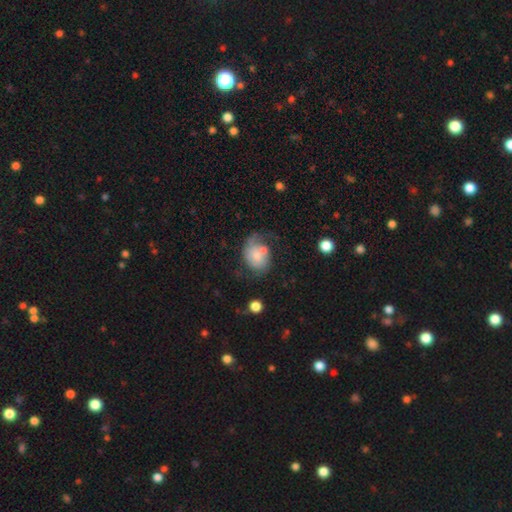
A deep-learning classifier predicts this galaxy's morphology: A smooth galaxy with no disk features (51%) that is in between round and cigar-shaped (57%).

Vote fractions:
- Smooth or featured? smooth: 51% / featured or disk: 41% / star or artifact: 9%
- How rounded? in between: 57% / round: 42% / cigar-shaped: 1%
- Merging? none: 30% / major disturbance: 25% / minor disturbance: 23% / merger: 22%